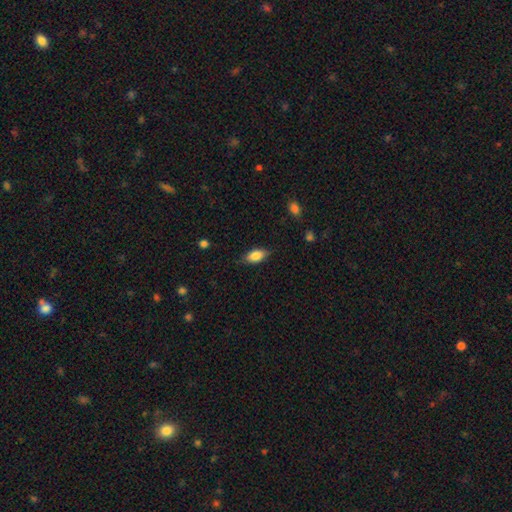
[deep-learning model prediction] smooth_or_featured: smooth (p=0.81) [alt: featured or disk p=0.12]
how_rounded: in between (p=0.87) [alt: cigar-shaped p=0.09]
merging: none (p=0.80) [alt: minor disturbance p=0.16]